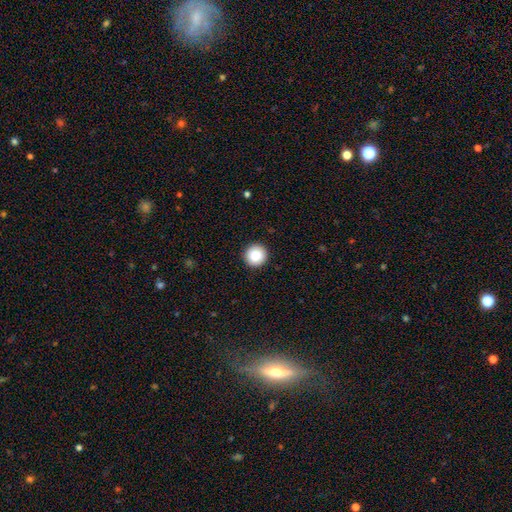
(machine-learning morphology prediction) smooth-or-featured: smooth: 86% | star or artifact: 9% | featured or disk: 6%
  how-rounded: round: 96% | in between: 3% | cigar-shaped: 1%
  merging: none: 93% | minor disturbance: 4% | major disturbance: 1% | merger: 1%